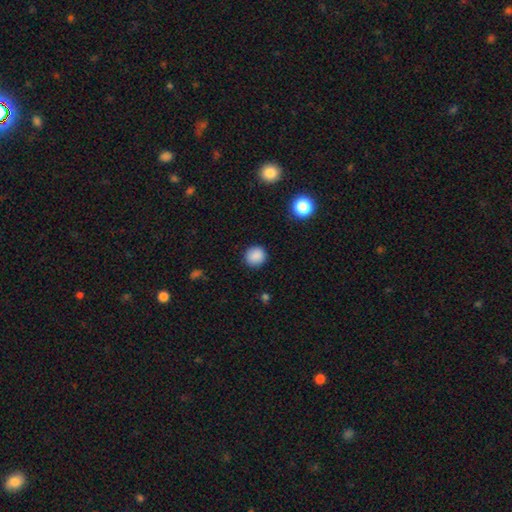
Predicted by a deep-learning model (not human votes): The model was most divided on "how rounded": round: 89%, in between: 11%, cigar-shaped: 1%. More confident: merging — none (89%); smooth or featured — smooth (88%).